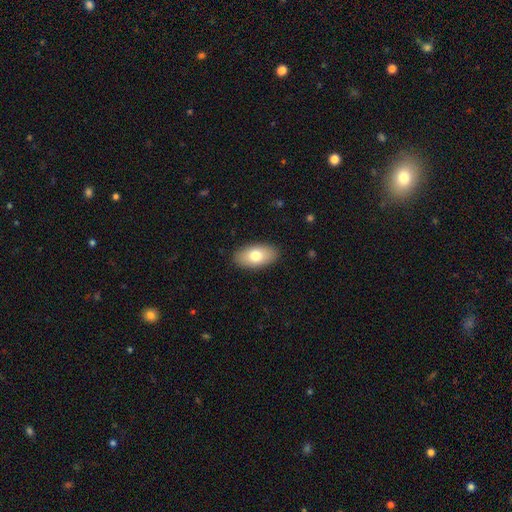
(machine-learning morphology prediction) Smooth or featured: smooth — 75% (featured or disk — 18%)
How rounded: in between — 93% (round — 4%)
Merging: none — 89% (minor disturbance — 8%)